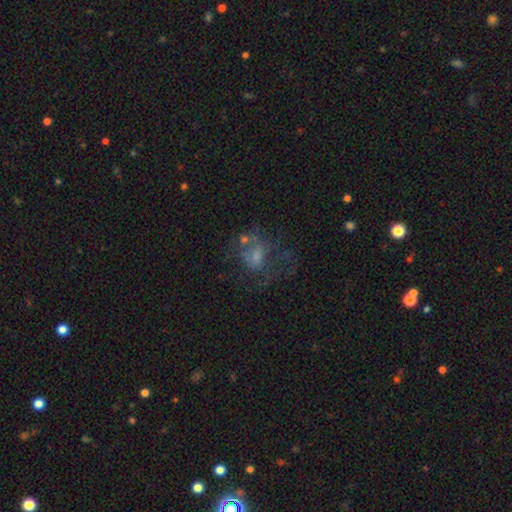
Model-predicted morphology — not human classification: Overall: featured or disk (45%; smooth 33%). Merging: none (40%; major disturbance 33%).